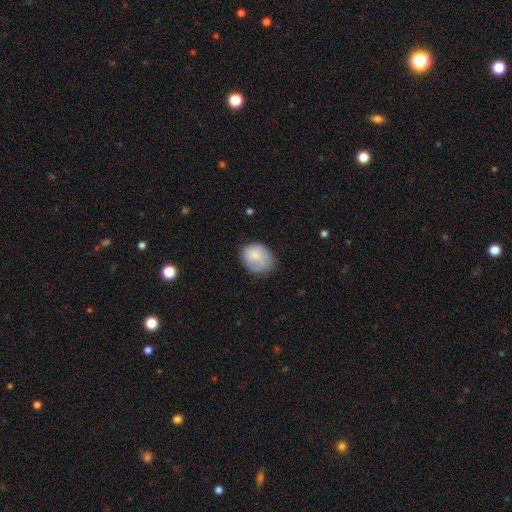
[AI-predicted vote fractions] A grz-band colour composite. It shows a smooth galaxy with no disk features (79%) that is in between round and cigar-shaped (53%). Merging: none (65%).